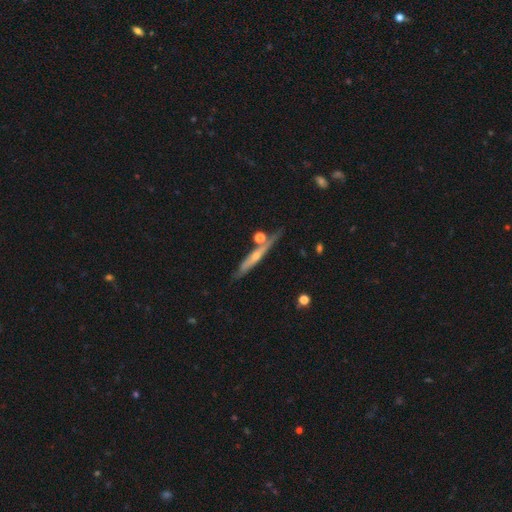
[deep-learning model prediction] Smooth or featured? featured or disk (63%)
Edge-on disk? yes (92%)
Edge-on bulge? rounded (66%)
Merging? none (73%)